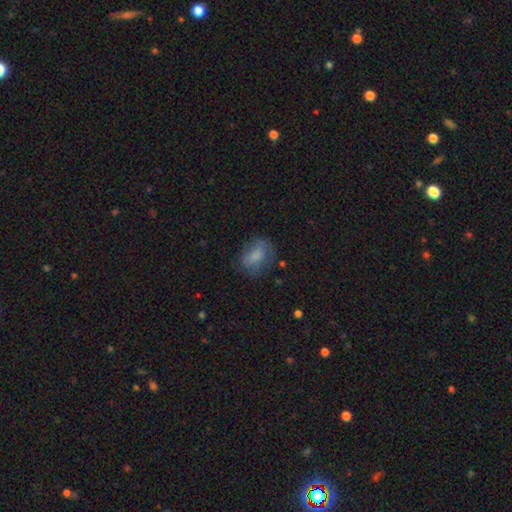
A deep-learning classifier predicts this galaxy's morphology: Q: Smooth or featured?
A: smooth (71%); runner-up: featured or disk (20%)
Q: How rounded?
A: in between (69%); runner-up: round (28%)
Q: Merging?
A: none (63%); runner-up: minor disturbance (23%)